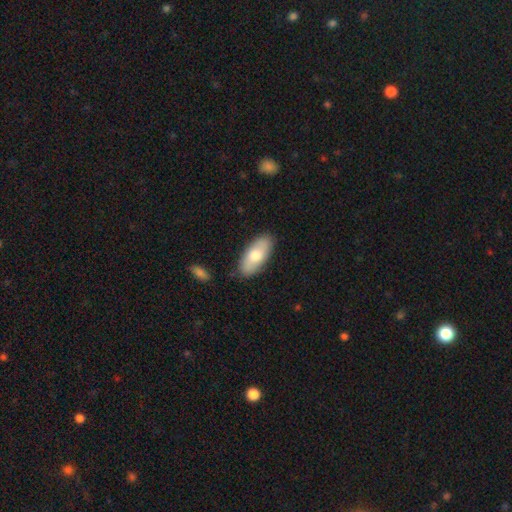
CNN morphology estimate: Smooth or featured? smooth (71%)
How rounded? in between (89%)
Merging? none (84%)